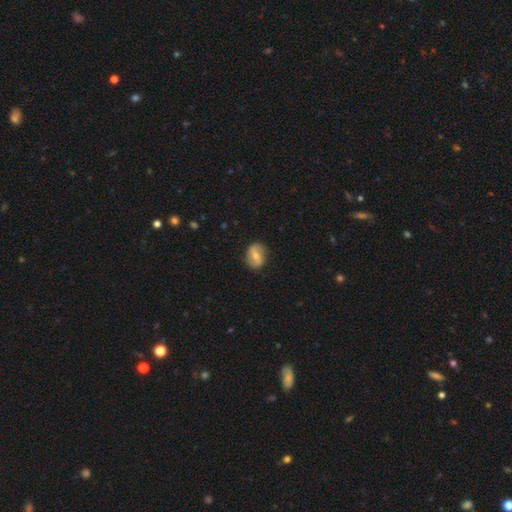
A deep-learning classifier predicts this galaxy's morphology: This appears to be a featured or disk galaxy (50%). Merging: none (83%).